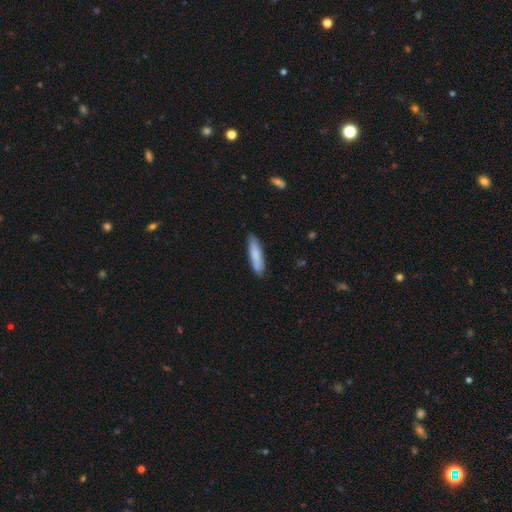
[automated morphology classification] A smooth galaxy with no disk features (81%) that is cigar-shaped (78%). Merging: none (84%).